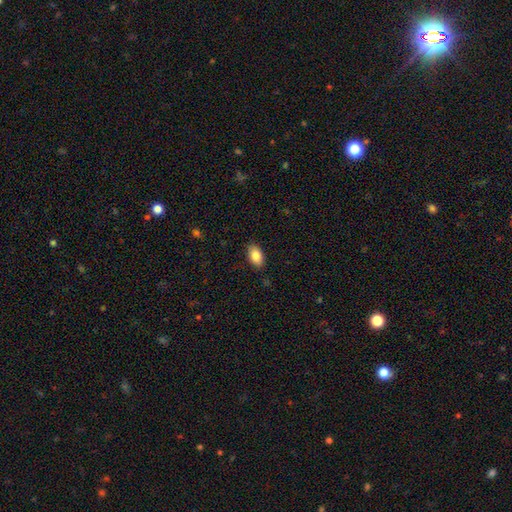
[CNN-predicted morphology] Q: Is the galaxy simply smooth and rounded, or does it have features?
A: smooth — 85%.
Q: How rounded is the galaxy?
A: in between — 92%.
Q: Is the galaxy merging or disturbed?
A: none — 87%.